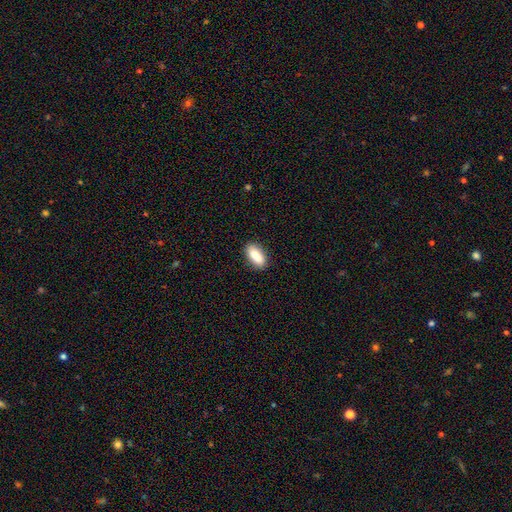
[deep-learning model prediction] Smooth or featured? Predicted: smooth (p=0.86). How rounded? Predicted: in between (p=0.87). Merging? Predicted: none (p=0.85).